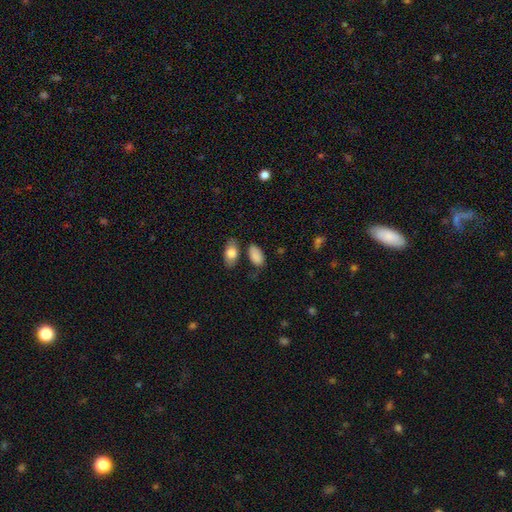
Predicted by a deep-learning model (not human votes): Q: Smooth or featured?
A: smooth (86%); runner-up: star or artifact (8%)
Q: How rounded?
A: in between (92%); runner-up: round (5%)
Q: Merging?
A: none (68%); runner-up: minor disturbance (18%)